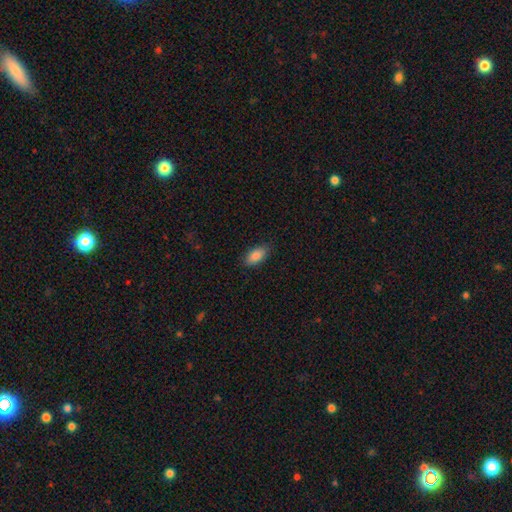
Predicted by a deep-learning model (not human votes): Morphology: type=smooth (87%); roundness=in between (91%); merging=none (85%).